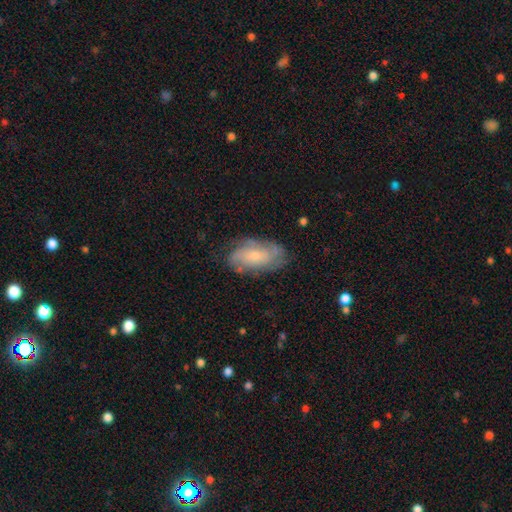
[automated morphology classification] A featured or disk galaxy (61%) with no bar (72%), spiral arms (85%) and a small central bulge (64%). Merging: none (70%).